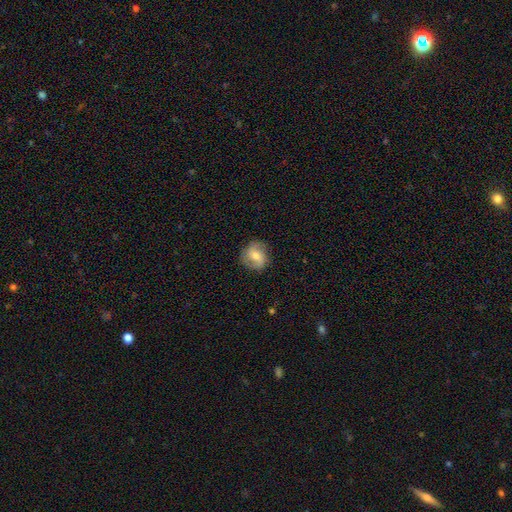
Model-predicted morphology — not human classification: Smooth or featured? featured or disk (60%)
Edge-on disk? no (97%)
Bar? weak (44%)
Spiral arms? yes (86%)
Spiral winding? medium (43%)
Spiral arm count? 2 (86%)
Bulge size? moderate (59%)
Merging? none (82%)